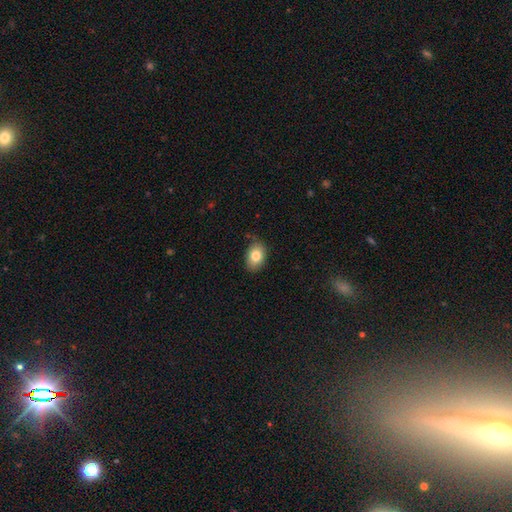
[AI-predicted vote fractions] Q: Smooth or featured?
A: smooth (81%); runner-up: featured or disk (11%)
Q: How rounded?
A: in between (81%); runner-up: round (18%)
Q: Merging?
A: none (82%); runner-up: minor disturbance (14%)